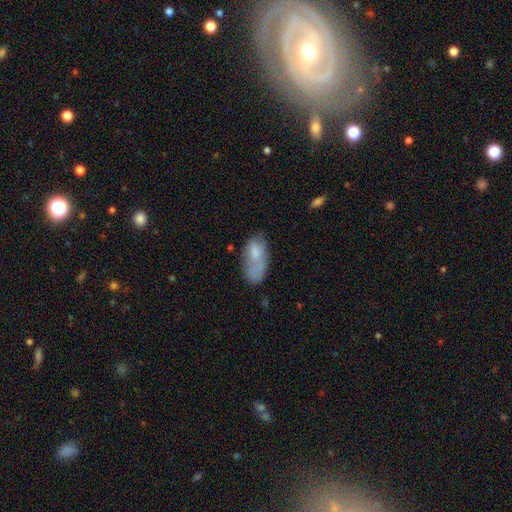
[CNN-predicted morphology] Smooth or featured? smooth (64%)
How rounded? in between (91%)
Merging? none (38%)